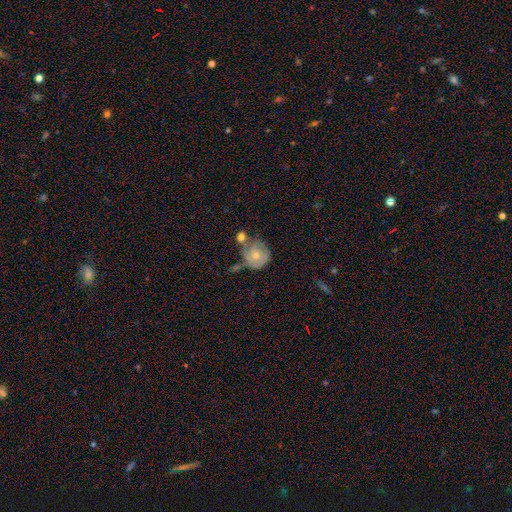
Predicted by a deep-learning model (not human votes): Smooth or featured: featured or disk — 50% (smooth — 43%)
Merging: none — 41% (merger — 24%)